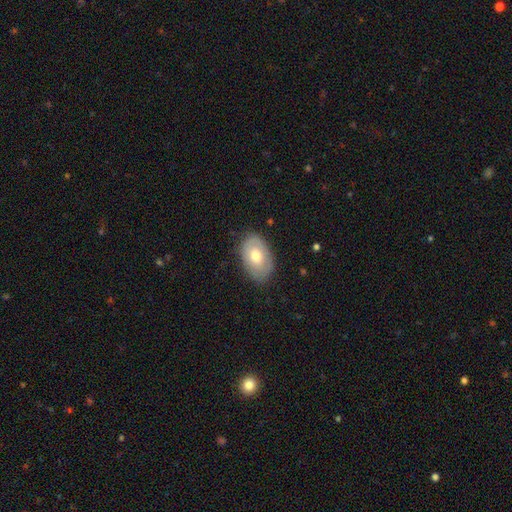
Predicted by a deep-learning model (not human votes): The model was most divided on "smooth or featured": smooth: 59%, featured or disk: 35%, star or artifact: 6%. More confident: how rounded — in between (91%); merging — none (77%).